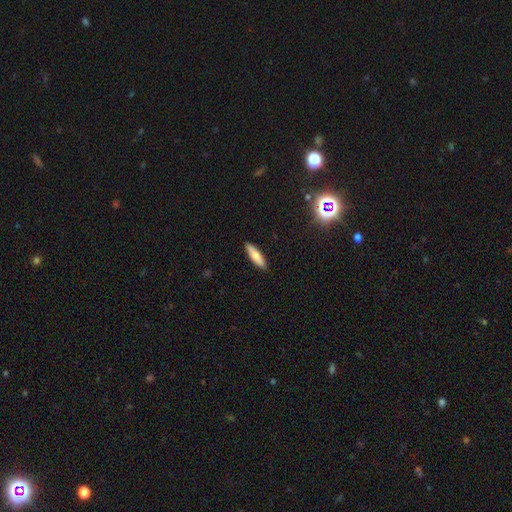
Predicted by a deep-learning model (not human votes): The model was most divided on "how rounded": cigar-shaped: 68%, in between: 30%, round: 2%. More confident: merging — none (90%); smooth or featured — smooth (76%).